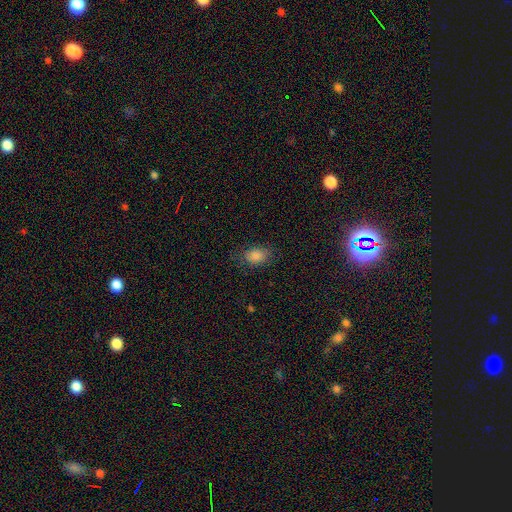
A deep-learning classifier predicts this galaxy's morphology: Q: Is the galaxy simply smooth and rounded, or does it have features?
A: smooth — 80%.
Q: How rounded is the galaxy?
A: in between — 81%.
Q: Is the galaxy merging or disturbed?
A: none — 78%.